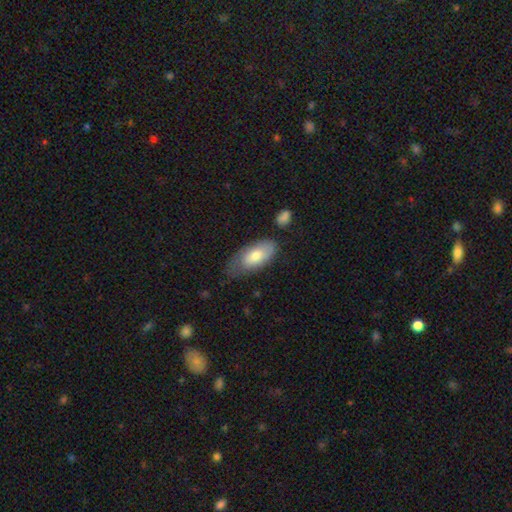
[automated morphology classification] This appears to be a smooth galaxy with no disk features (73%) that is in between round and cigar-shaped (90%). Merging: none (53%).